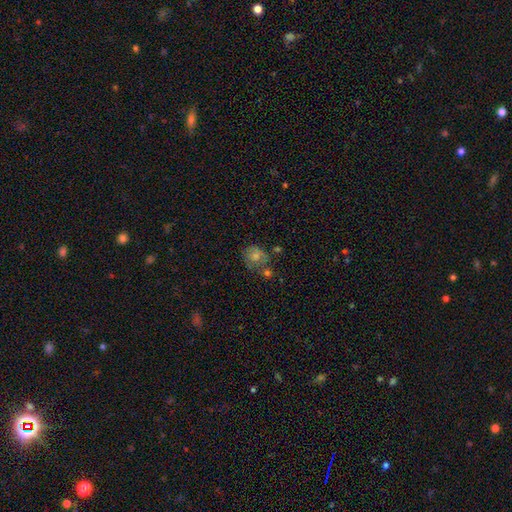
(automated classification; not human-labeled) Overall: smooth (47%; featured or disk 31%). Merging: none (60%).